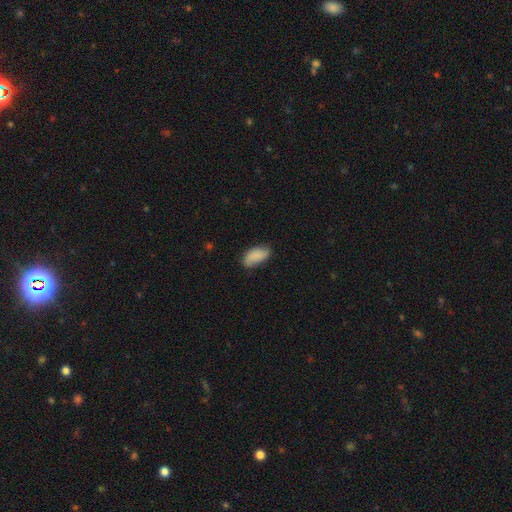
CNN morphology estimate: smooth 83%, featured or disk 10%, star or artifact 7%. Down the decision tree: how rounded — in between (92%); merging — none (70%).